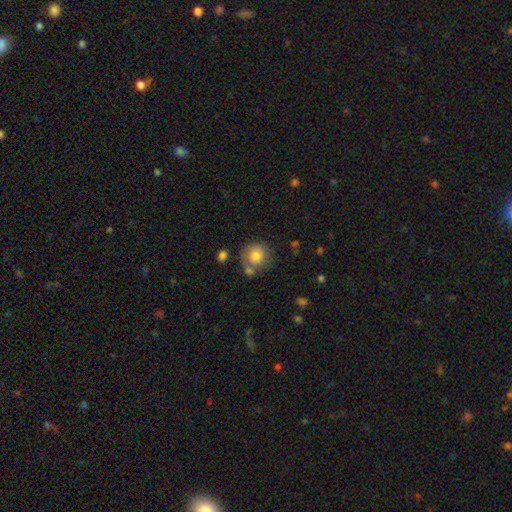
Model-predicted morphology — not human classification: smooth 80%, featured or disk 12%, star or artifact 8%. Down the decision tree: how rounded — round (88%); merging — none (58%).